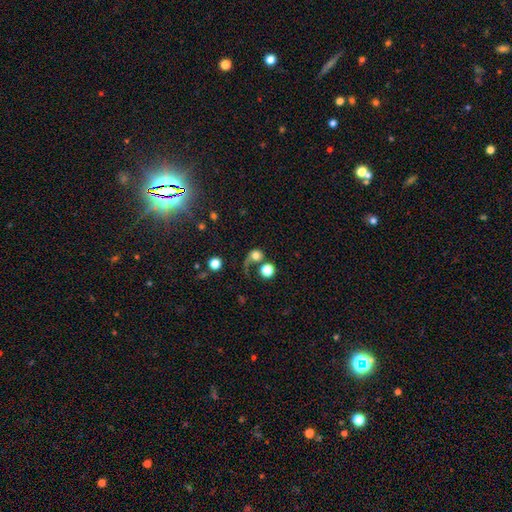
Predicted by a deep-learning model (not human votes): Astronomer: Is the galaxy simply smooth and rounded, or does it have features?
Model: smooth — 63%.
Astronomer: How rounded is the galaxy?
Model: round — 81%.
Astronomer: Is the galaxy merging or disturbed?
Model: major disturbance — 36% (runner-up: none, 29%).